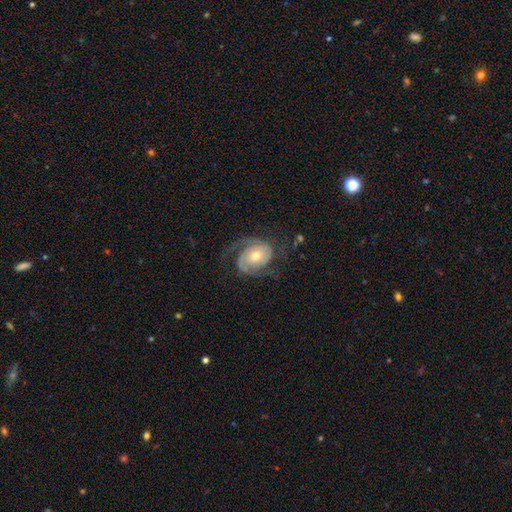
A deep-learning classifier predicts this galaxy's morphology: Overall: featured or disk (83%). Edge-on disk: no (97%). Bar: no (69%). Spiral arms: yes (95%). Spiral arm count: 2 (69%). Spiral winding: medium (41%; tight 39%). Bulge size: moderate (65%; small 25%). Merging: none (62%).